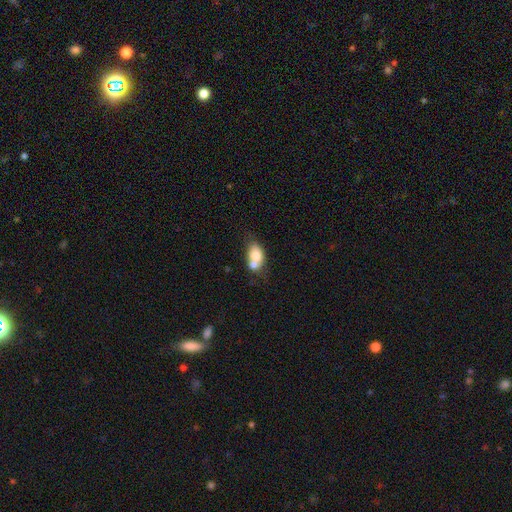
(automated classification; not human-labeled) smooth-or-featured: smooth: 70% | featured or disk: 22% | star or artifact: 8%
  how-rounded: in between: 77% | round: 21% | cigar-shaped: 2%
  merging: merger: 52% | none: 30% | minor disturbance: 12% | major disturbance: 5%